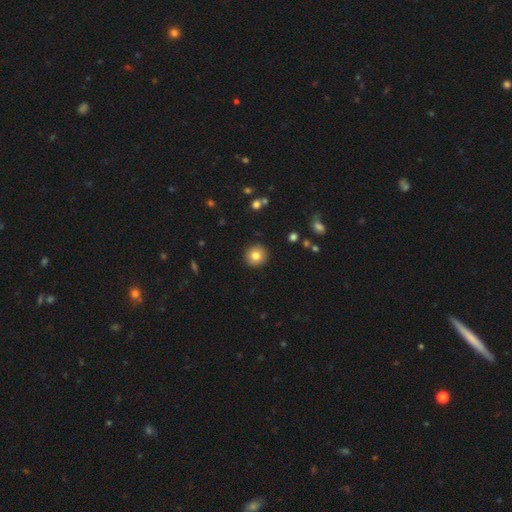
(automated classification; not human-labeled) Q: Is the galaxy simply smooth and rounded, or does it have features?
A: smooth — 81%.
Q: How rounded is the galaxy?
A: round — 93%.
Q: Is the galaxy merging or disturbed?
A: none — 92%.